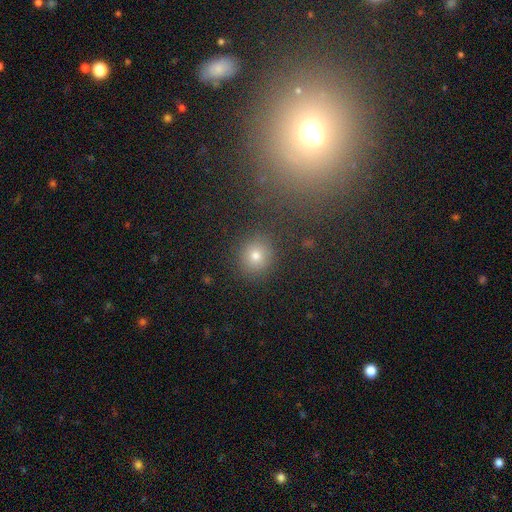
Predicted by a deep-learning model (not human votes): smooth_or_featured: smooth (p=0.75) [alt: star or artifact p=0.16]
how_rounded: round (p=0.88) [alt: in between p=0.11]
merging: none (p=0.89) [alt: minor disturbance p=0.06]